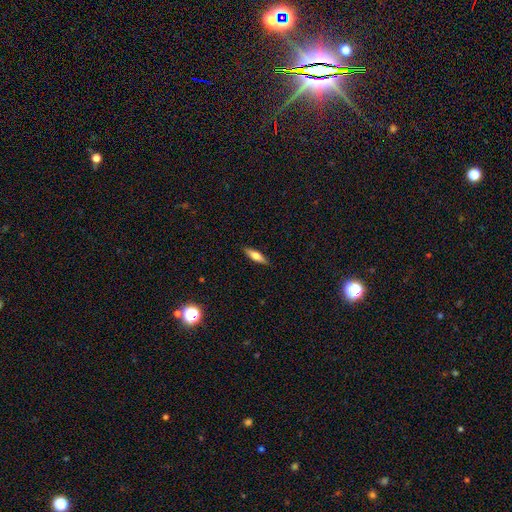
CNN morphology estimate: Smooth or featured: smooth — 66% (featured or disk — 27%)
How rounded: cigar-shaped — 55% (in between — 43%)
Merging: none — 87% (minor disturbance — 10%)